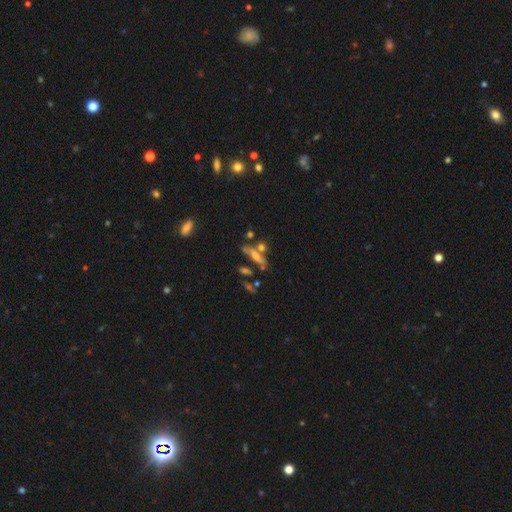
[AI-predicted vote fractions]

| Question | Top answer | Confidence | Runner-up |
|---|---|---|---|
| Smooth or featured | featured or disk | 46% | smooth (39%) |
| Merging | none | 53% | merger (24%) |